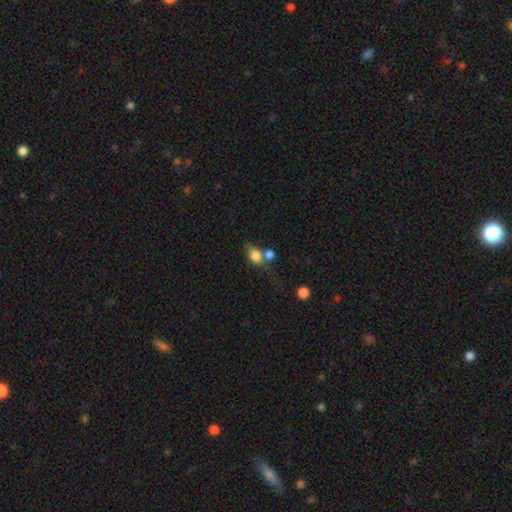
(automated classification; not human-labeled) smooth 79%, featured or disk 11%, star or artifact 10%. Down the decision tree: how rounded — round (49%); merging — merger (41%).